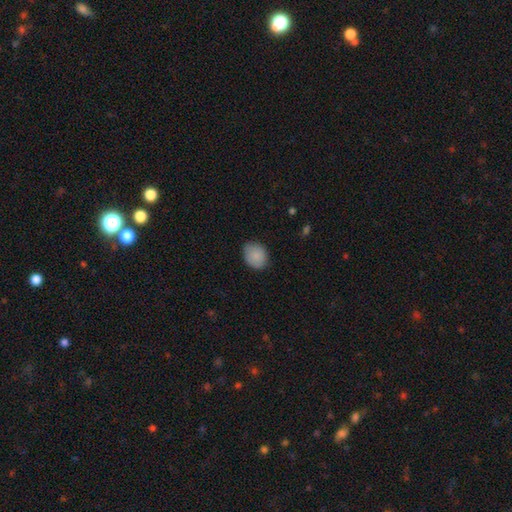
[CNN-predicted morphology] type=smooth (86%); roundness=in between (57%); merging=none (77%).